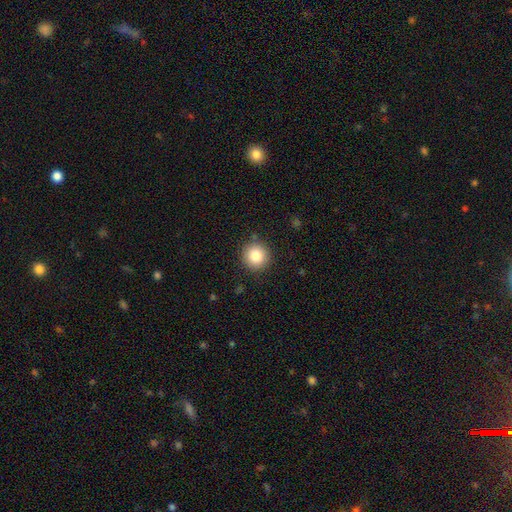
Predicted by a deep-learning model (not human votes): The model was most divided on "smooth or featured": smooth: 84%, star or artifact: 10%, featured or disk: 6%. More confident: how rounded — round (94%); merging — none (88%).